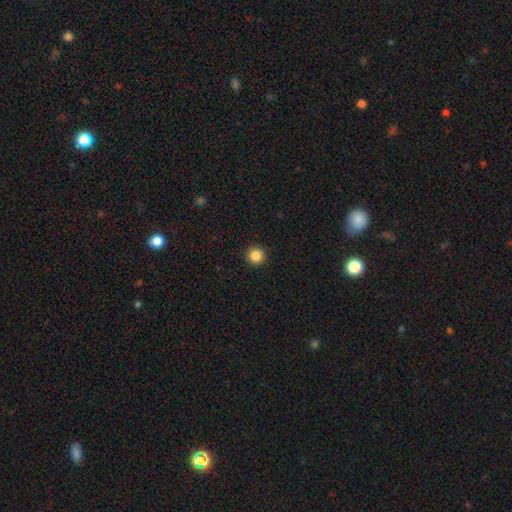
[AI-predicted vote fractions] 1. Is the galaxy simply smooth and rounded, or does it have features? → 85% smooth, 11% star or artifact, 4% featured or disk.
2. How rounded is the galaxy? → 96% round, 3% in between, 1% cigar-shaped.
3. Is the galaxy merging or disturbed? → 94% none, 4% minor disturbance, 1% major disturbance, 1% merger.